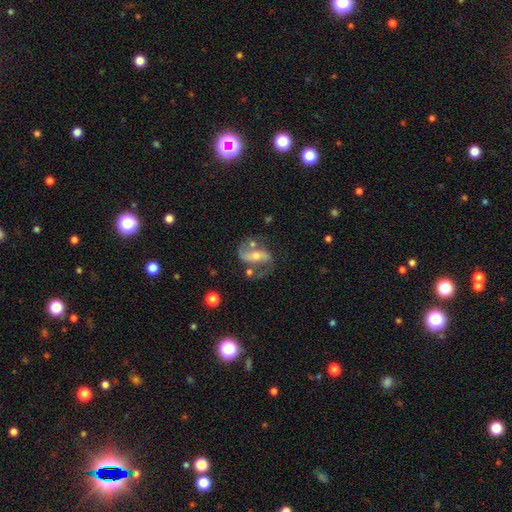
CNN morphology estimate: Smooth or featured? featured or disk (82%)
Edge-on disk? no (95%)
Bar? strong (48%)
Spiral arms? yes (91%)
Spiral winding? medium (46%)
Spiral arm count? 2 (88%)
Bulge size? moderate (47%)
Merging? none (60%)